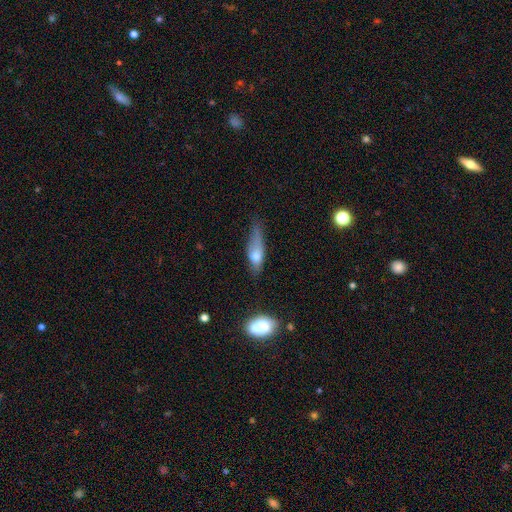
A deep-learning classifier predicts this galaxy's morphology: Overall: smooth (63%; featured or disk 28%). How rounded: in between (54%; cigar-shaped 40%). Merging: minor disturbance (37%; major disturbance 29%).